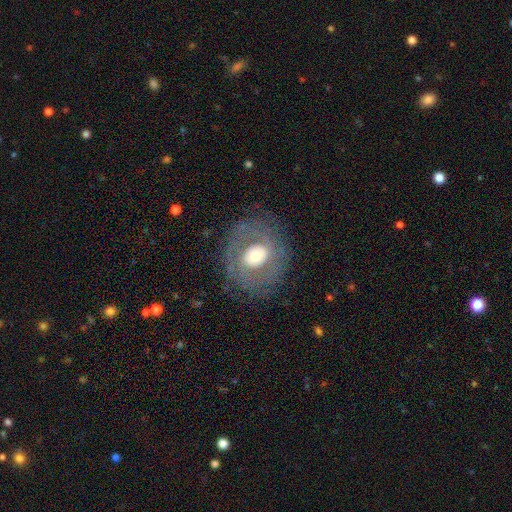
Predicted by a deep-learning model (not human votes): Smooth or featured? featured or disk (57%)
Edge-on disk? no (95%)
Bar? no (74%)
Spiral arms? no (62%)
Bulge size? moderate (57%)
Merging? none (76%)